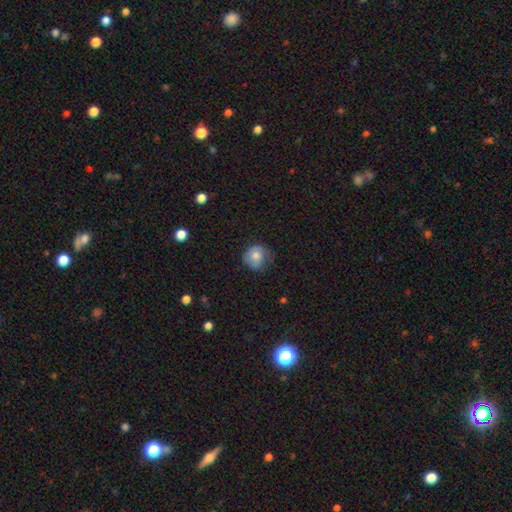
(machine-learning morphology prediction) smooth-or-featured: smooth: 70% | featured or disk: 22% | star or artifact: 8%
  how-rounded: round: 78% | in between: 21% | cigar-shaped: 1%
  merging: none: 51% | minor disturbance: 33% | major disturbance: 14% | merger: 1%